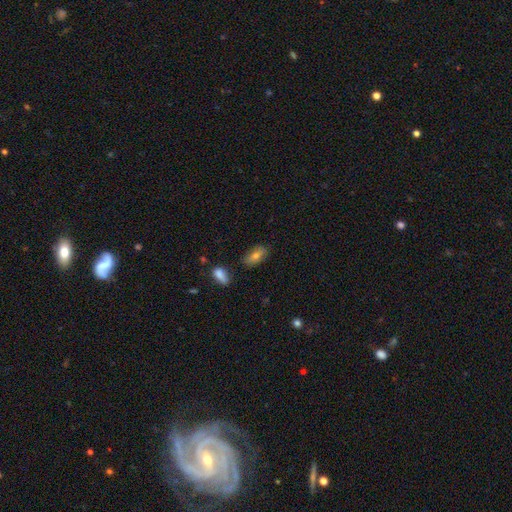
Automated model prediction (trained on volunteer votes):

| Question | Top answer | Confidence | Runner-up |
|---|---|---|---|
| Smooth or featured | smooth | 72% | featured or disk (19%) |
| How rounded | in between | 87% | cigar-shaped (8%) |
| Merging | none | 79% | minor disturbance (15%) |